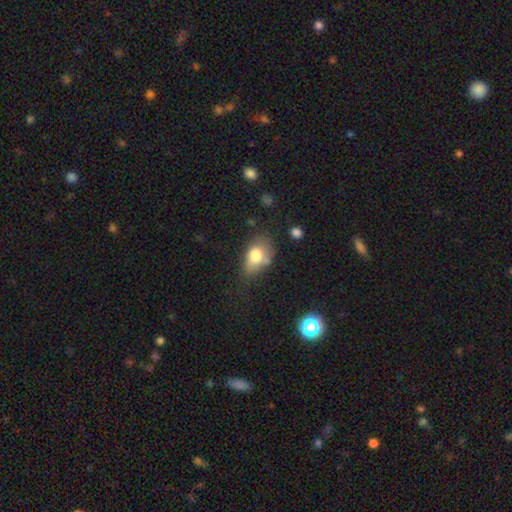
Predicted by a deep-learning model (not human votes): Morphology: type=smooth (76%); roundness=in between (84%); merging=none (47%).